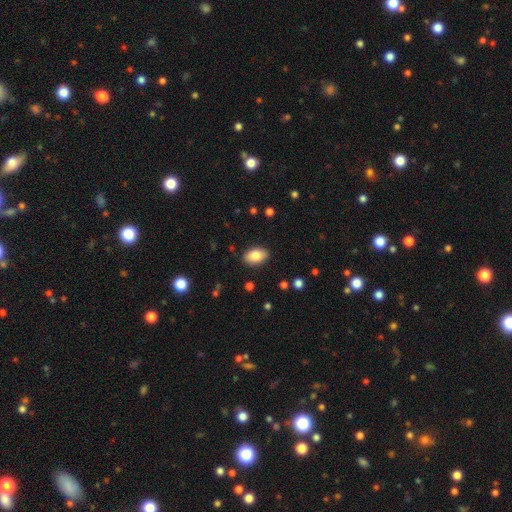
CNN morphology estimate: The model was most divided on "smooth or featured": smooth: 83%, featured or disk: 10%, star or artifact: 7%. More confident: how rounded — in between (91%); merging — none (88%).